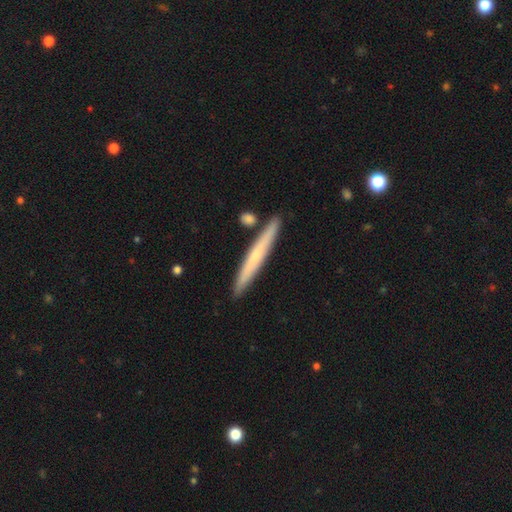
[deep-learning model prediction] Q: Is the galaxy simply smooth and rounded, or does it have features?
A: smooth — 53%.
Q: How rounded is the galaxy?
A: cigar-shaped — 96%.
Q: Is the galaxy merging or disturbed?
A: none — 87%.